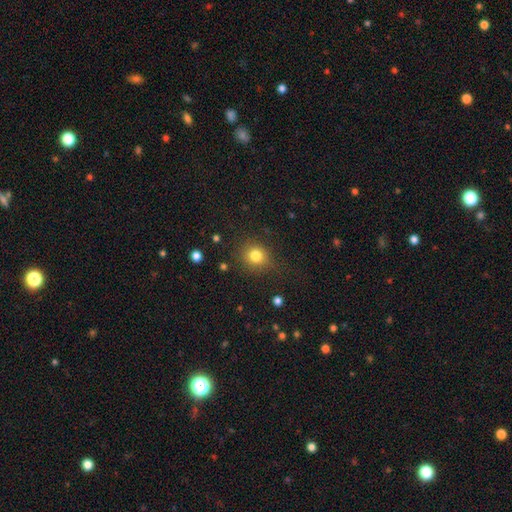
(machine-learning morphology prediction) A smooth galaxy with no disk features (81%) that is round (84%).

Vote fractions:
- Smooth or featured? smooth: 81% / star or artifact: 12% / featured or disk: 7%
- How rounded? round: 84% / in between: 15% / cigar-shaped: 1%
- Merging? none: 82% / minor disturbance: 11% / major disturbance: 4% / merger: 2%